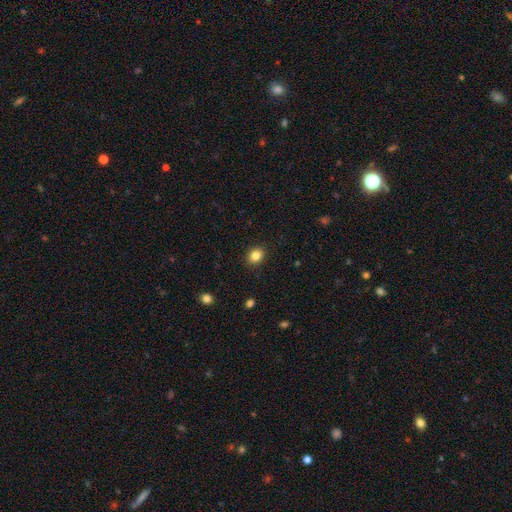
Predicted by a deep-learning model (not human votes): Smooth or featured?
  - smooth: 85% *
  - star or artifact: 10%
  - featured or disk: 5%
How rounded?
  - round: 60% *
  - in between: 40%
  - cigar-shaped: 1%
Merging?
  - none: 90% *
  - minor disturbance: 7%
  - major disturbance: 2%
  - merger: 1%